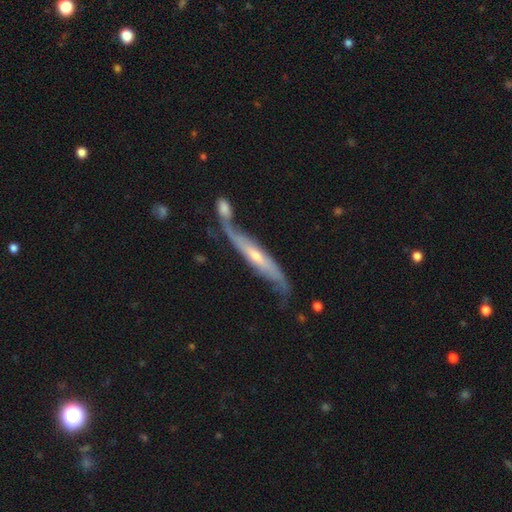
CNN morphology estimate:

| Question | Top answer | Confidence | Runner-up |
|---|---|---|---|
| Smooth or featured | featured or disk | 72% | smooth (23%) |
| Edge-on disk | yes | 54% | no (46%) |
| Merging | merger | 37% | none (35%) |